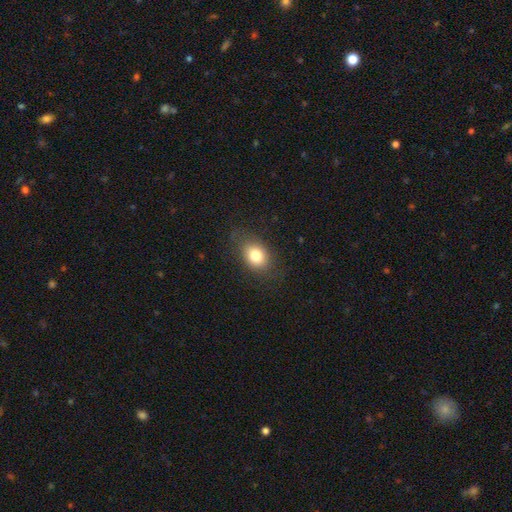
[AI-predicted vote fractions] This is likely a smooth galaxy (79%). How rounded: likely in between (66%). Merging: likely none (77%).